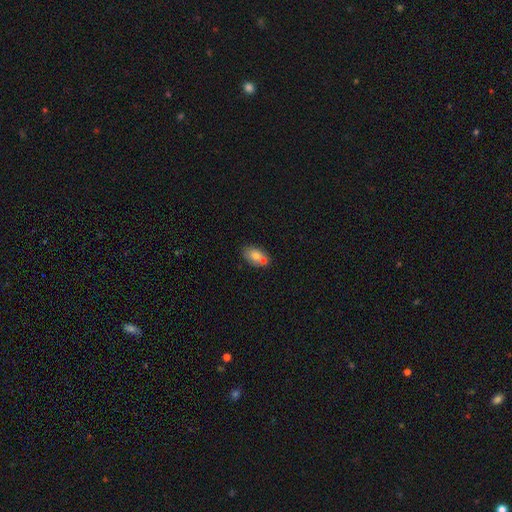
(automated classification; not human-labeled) Smooth or featured?
  - smooth: 74% *
  - featured or disk: 17%
  - star or artifact: 9%
How rounded?
  - in between: 85% *
  - round: 13%
  - cigar-shaped: 2%
Merging?
  - none: 53% *
  - merger: 29%
  - minor disturbance: 14%
  - major disturbance: 4%